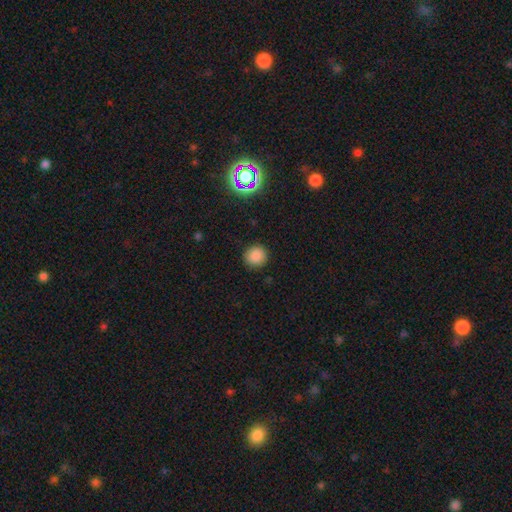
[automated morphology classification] The model was most divided on "smooth or featured": smooth: 84%, star or artifact: 13%, featured or disk: 4%. More confident: how rounded — round (92%); merging — none (90%).